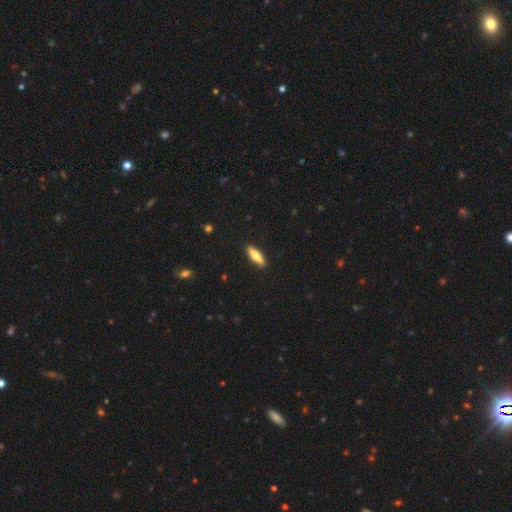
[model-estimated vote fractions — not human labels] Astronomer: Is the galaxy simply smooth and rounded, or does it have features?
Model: smooth — 72%.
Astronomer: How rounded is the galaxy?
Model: cigar-shaped — 54% (runner-up: in between, 44%).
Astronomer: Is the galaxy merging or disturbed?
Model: none — 90%.